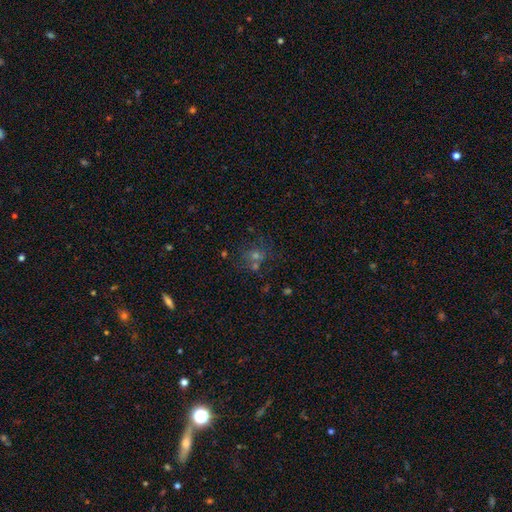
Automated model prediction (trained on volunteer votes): Morphology: type=star or artifact (40%).